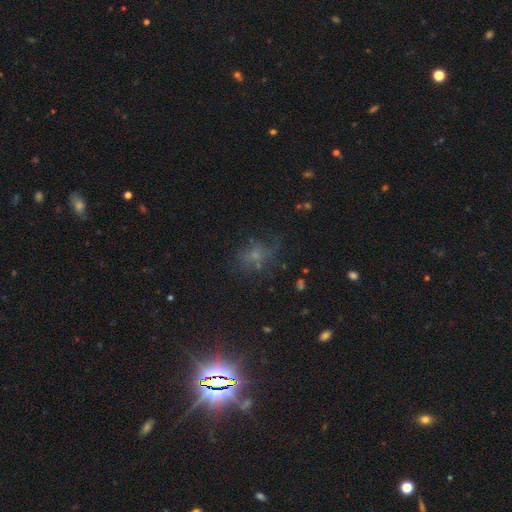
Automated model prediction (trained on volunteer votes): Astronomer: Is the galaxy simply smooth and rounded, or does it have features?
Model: smooth — 43% (runner-up: star or artifact, 33%).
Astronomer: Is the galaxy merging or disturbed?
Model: none — 55%.